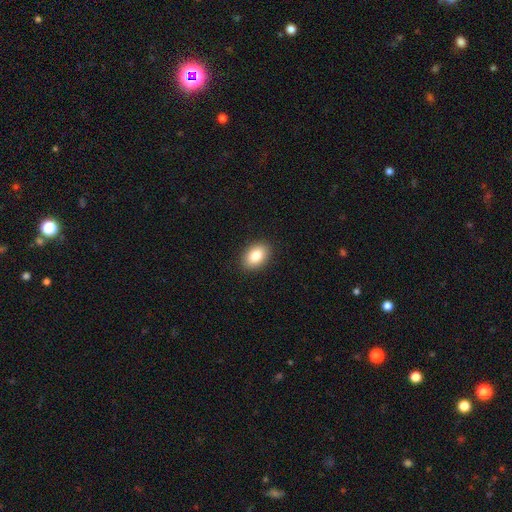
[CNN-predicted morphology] A smooth galaxy with no disk features (86%) that is in between round and cigar-shaped (88%).

Vote fractions:
- Smooth or featured? smooth: 86% / star or artifact: 7% / featured or disk: 6%
- How rounded? in between: 88% / round: 11% / cigar-shaped: 1%
- Merging? none: 90% / minor disturbance: 8% / major disturbance: 2% / merger: 1%